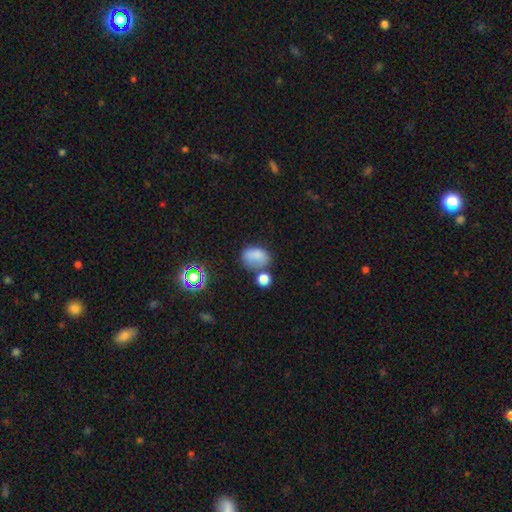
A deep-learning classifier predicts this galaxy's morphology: Smooth or featured?
  - smooth: 77% *
  - star or artifact: 14%
  - featured or disk: 9%
How rounded?
  - in between: 74% *
  - round: 24%
  - cigar-shaped: 1%
Merging?
  - none: 48% *
  - minor disturbance: 23%
  - merger: 18%
  - major disturbance: 11%